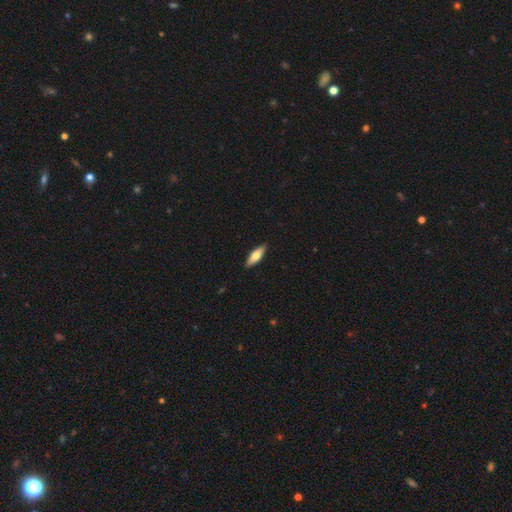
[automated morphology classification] Q: Smooth or featured?
A: smooth (60%); runner-up: featured or disk (34%)
Q: How rounded?
A: cigar-shaped (52%); runner-up: in between (46%)
Q: Merging?
A: none (89%); runner-up: minor disturbance (8%)